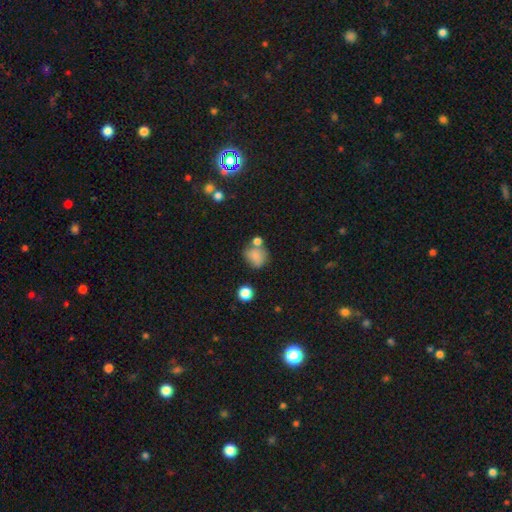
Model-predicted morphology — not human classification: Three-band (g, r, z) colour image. It shows a smooth galaxy with no disk features (79%) that is round (69%). Merging: none (52%).